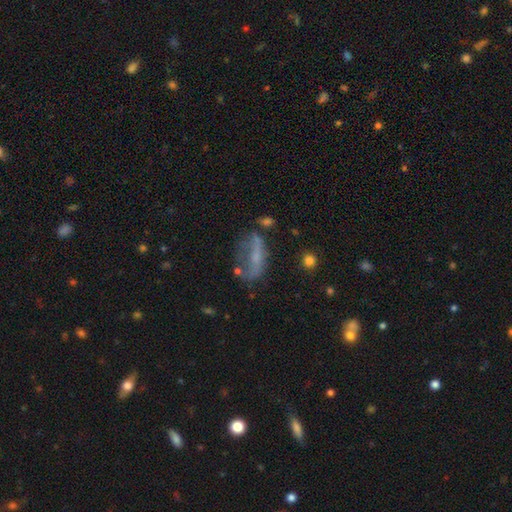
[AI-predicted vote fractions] A featured or disk galaxy (44%). Merging: none (39%).